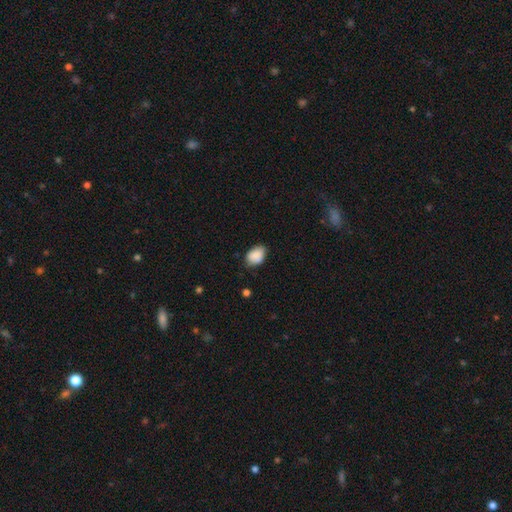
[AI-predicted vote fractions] Q: Smooth or featured?
A: smooth (88%); runner-up: star or artifact (7%)
Q: How rounded?
A: in between (82%); runner-up: round (17%)
Q: Merging?
A: none (73%); runner-up: minor disturbance (22%)